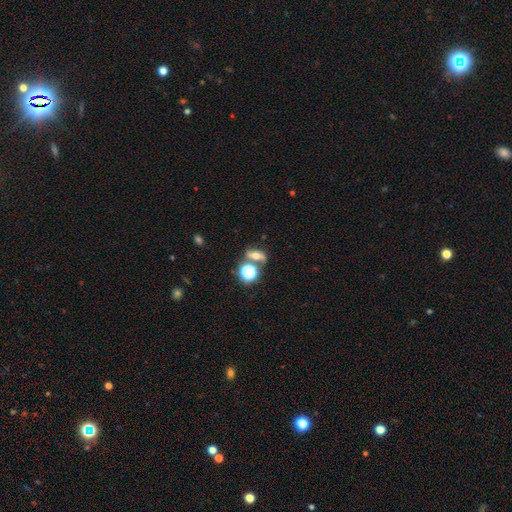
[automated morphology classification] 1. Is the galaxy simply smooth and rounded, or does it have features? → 44% smooth, 35% featured or disk, 21% star or artifact.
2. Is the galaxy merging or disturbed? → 58% none, 21% merger, 14% minor disturbance, 7% major disturbance.